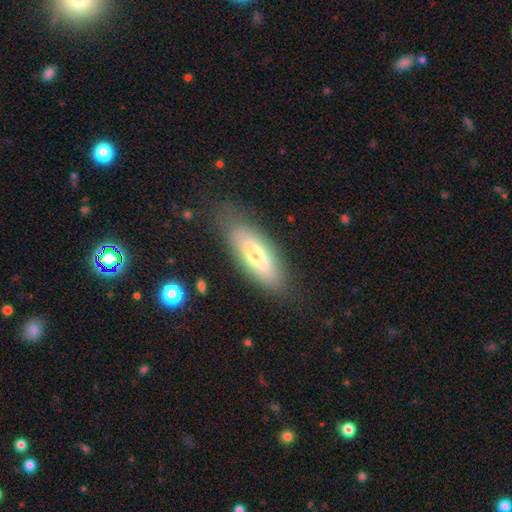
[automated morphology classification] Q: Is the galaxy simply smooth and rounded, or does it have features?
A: smooth — 62%.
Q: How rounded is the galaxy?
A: in between — 66%.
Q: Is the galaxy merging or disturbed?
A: none — 77%.